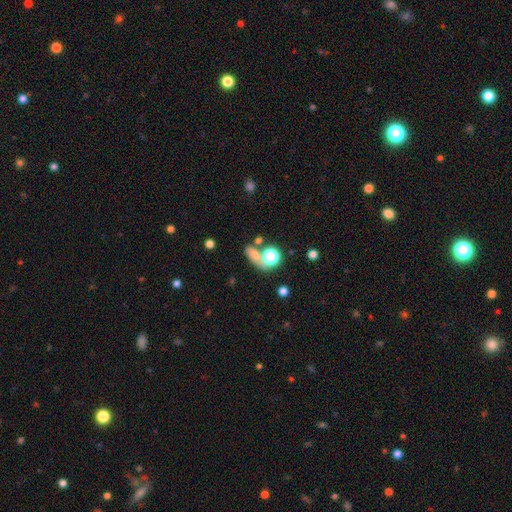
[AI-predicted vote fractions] This is likely a smooth galaxy (61%). How rounded: possibly in between (58%). Merging: marginally none (38%).